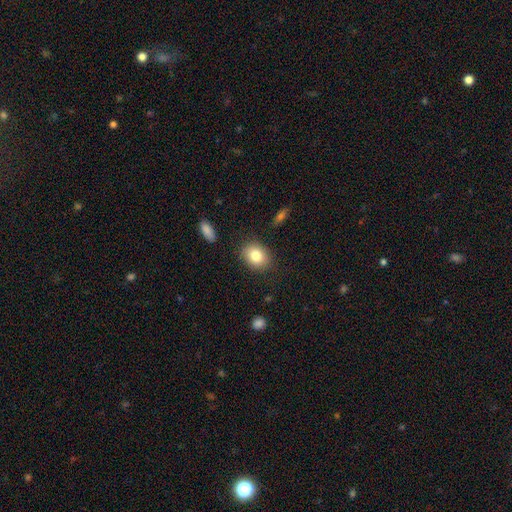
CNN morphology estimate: Smooth or featured? smooth (81%)
How rounded? in between (54%)
Merging? none (85%)